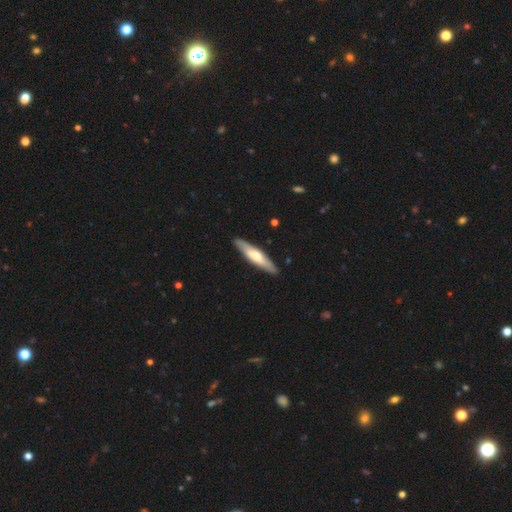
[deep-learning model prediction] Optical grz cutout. It shows a smooth galaxy with no disk features (53%) that is cigar-shaped (82%). Merging: none (90%).